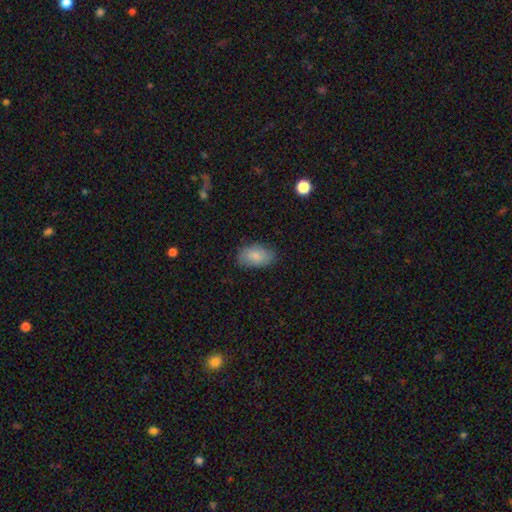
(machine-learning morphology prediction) This appears to be a smooth galaxy with no disk features (84%) that is in between round and cigar-shaped (92%). Merging: none (80%).